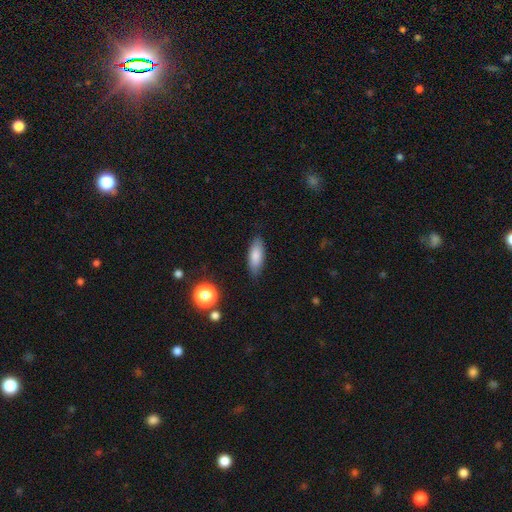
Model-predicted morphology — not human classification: smooth_or_featured: smooth (p=0.83) [alt: featured or disk p=0.10]
how_rounded: in between (p=0.73) [alt: cigar-shaped p=0.25]
merging: none (p=0.84) [alt: minor disturbance p=0.12]